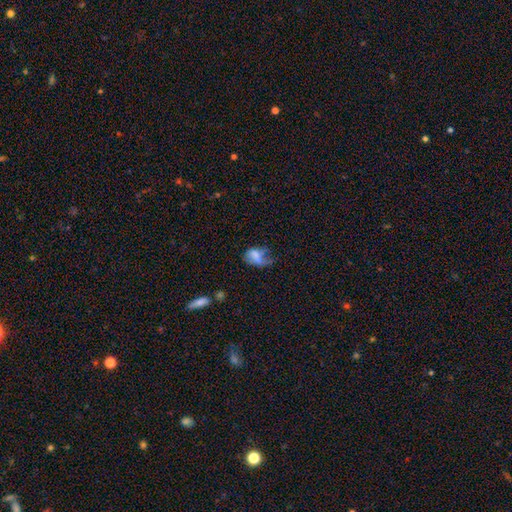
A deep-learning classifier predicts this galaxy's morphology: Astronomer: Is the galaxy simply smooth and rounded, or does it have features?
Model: smooth — 59%.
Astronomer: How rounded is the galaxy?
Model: in between — 82%.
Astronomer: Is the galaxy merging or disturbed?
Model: major disturbance — 44% (runner-up: minor disturbance, 27%).